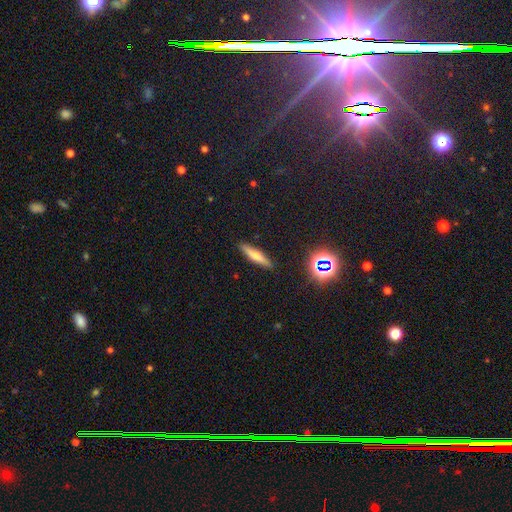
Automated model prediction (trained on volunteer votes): smooth_or_featured: smooth (p=0.62) [alt: featured or disk p=0.27]
how_rounded: cigar-shaped (p=0.85) [alt: in between p=0.13]
merging: none (p=0.89) [alt: minor disturbance p=0.08]